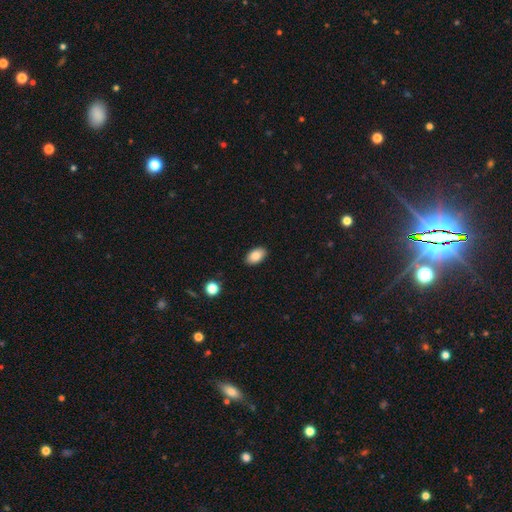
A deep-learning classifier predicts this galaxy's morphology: Smooth or featured? Predicted: smooth (p=0.87). How rounded? Predicted: in between (p=0.93). Merging? Predicted: none (p=0.89).